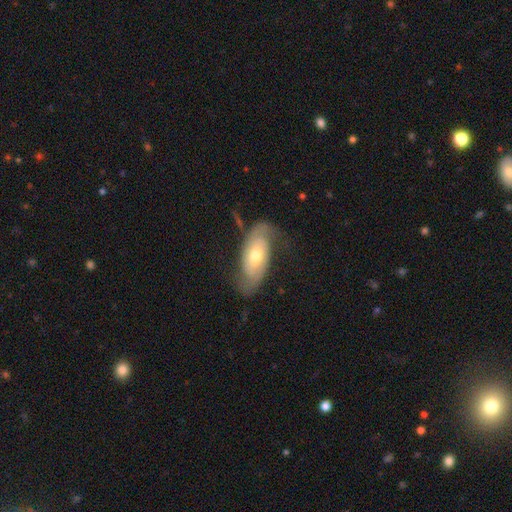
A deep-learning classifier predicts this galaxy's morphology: Smooth or featured? Predicted: featured or disk (p=0.67). Edge-on disk? Predicted: no (p=0.91). Bar? Predicted: no (p=0.65). Spiral arms? Predicted: yes (p=0.86). Spiral winding? Predicted: medium (p=0.39). Spiral arm count? Predicted: 2 (p=0.82). Bulge size? Predicted: moderate (p=0.68). Merging? Predicted: none (p=0.63).